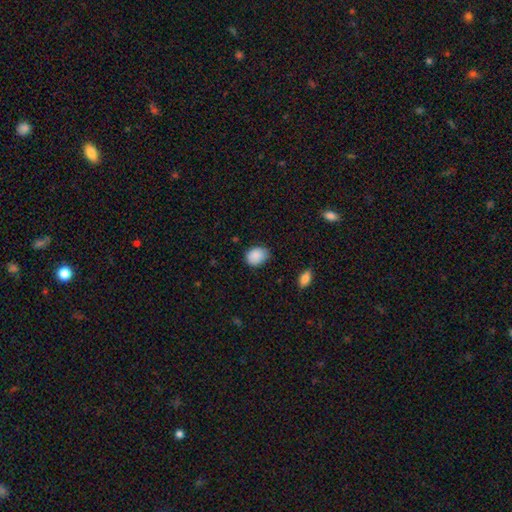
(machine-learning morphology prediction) smooth_or_featured: smooth (p=0.88) [alt: star or artifact p=0.08]
how_rounded: in between (p=0.63) [alt: round p=0.36]
merging: none (p=0.69) [alt: minor disturbance p=0.26]